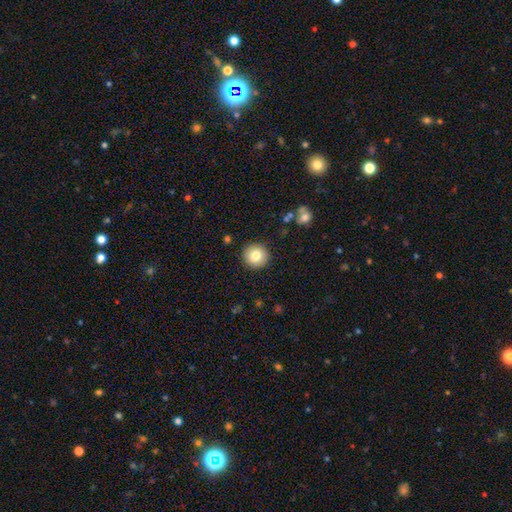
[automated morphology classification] Smooth or featured? smooth (81%)
How rounded? round (95%)
Merging? none (91%)